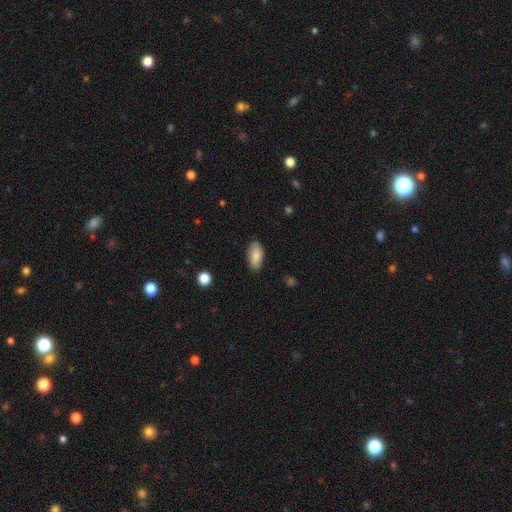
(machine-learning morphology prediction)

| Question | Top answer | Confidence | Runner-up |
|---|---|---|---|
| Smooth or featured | smooth | 84% | featured or disk (9%) |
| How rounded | in between | 92% | cigar-shaped (6%) |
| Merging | none | 85% | minor disturbance (12%) |